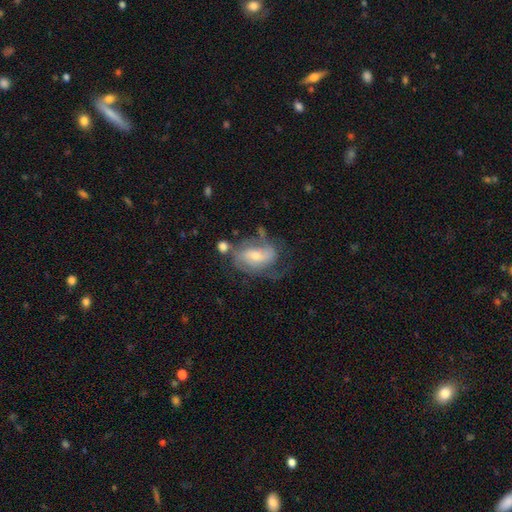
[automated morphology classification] featured or disk 71%, smooth 22%, star or artifact 8%. Down the decision tree: edge-on disk — no (95%); bar — weak (42%); spiral arms — yes (84%); spiral arm count — 2 (49%); spiral winding — medium (44%); bulge size — small (47%); merging — none (47%).